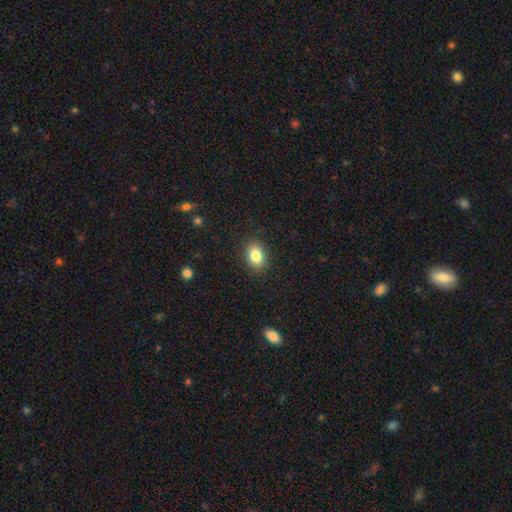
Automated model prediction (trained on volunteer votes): smooth-or-featured: smooth: 84% | star or artifact: 9% | featured or disk: 8%
  how-rounded: in between: 80% | round: 18% | cigar-shaped: 1%
  merging: none: 88% | minor disturbance: 9% | major disturbance: 3% | merger: 1%